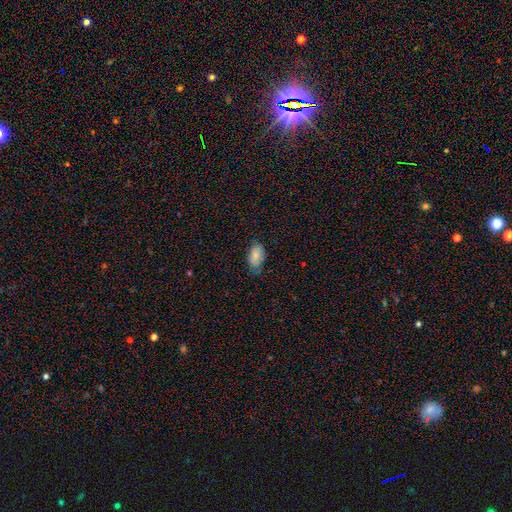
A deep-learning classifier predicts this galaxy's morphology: The model was most divided on "merging": none: 68%, minor disturbance: 26%, major disturbance: 5%, merger: 1%. More confident: how rounded — in between (93%); smooth or featured — smooth (84%).